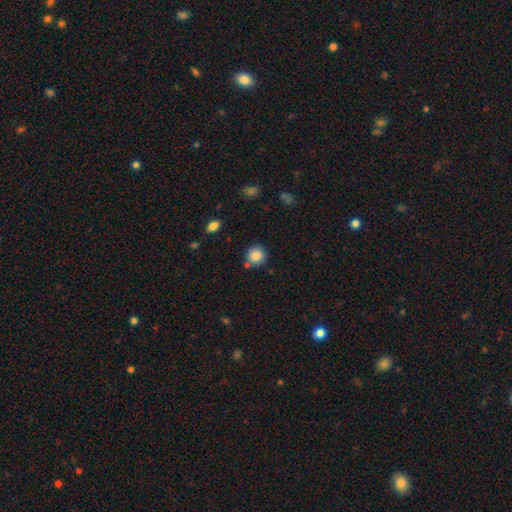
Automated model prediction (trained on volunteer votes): The model was most divided on "merging": none: 77%, minor disturbance: 10%, merger: 10%, major disturbance: 3%. More confident: how rounded — round (91%); smooth or featured — smooth (86%).